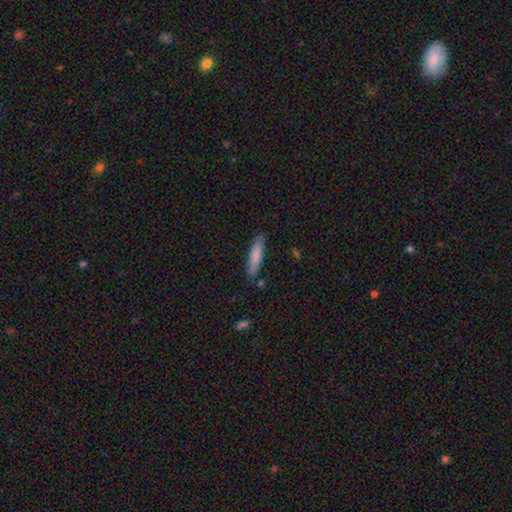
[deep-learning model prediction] Smooth or featured? Predicted: smooth (p=0.79). How rounded? Predicted: cigar-shaped (p=0.80). Merging? Predicted: none (p=0.84).